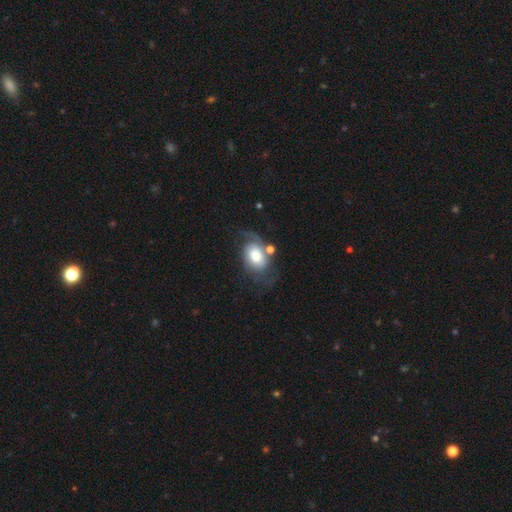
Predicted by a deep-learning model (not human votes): A featured or disk galaxy (60%) with no bar (72%), spiral arms (85%) and a moderate central bulge (42%).

Vote fractions:
- Smooth or featured? featured or disk: 60% / smooth: 33% / star or artifact: 7%
- Edge-on disk? no: 96% / yes: 4%
- Bar? no: 72% / weak: 24% / strong: 5%
- Spiral arms? yes: 85% / no: 15%
- Bulge size? moderate: 42% / large: 38% / small: 10% / dominant: 7% / none: 3%
- Merging? none: 43% / major disturbance: 24% / minor disturbance: 22% / merger: 11%